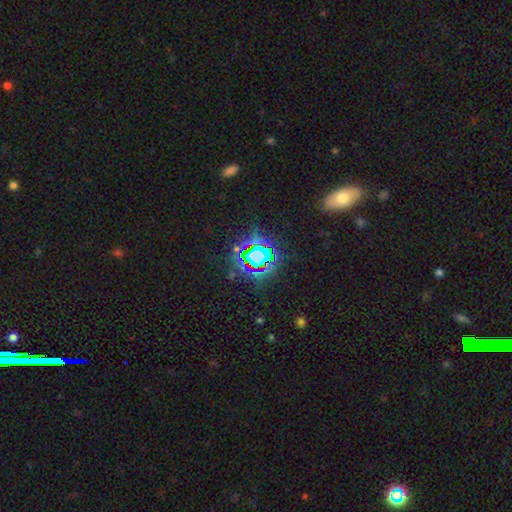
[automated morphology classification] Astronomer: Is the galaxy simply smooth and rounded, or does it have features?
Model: star or artifact — 75%.